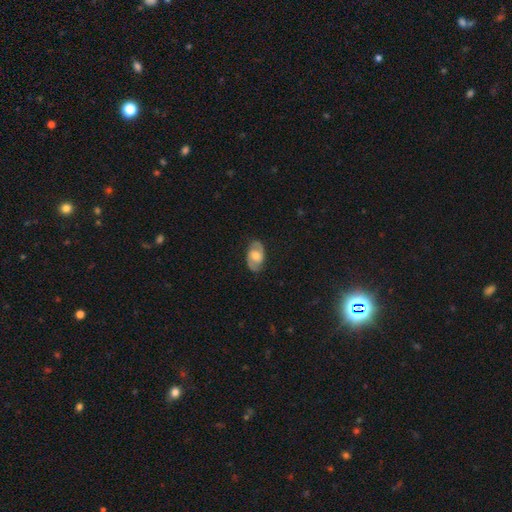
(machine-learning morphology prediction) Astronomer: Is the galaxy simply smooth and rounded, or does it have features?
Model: featured or disk — 60%.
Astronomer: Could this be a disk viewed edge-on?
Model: no — 94%.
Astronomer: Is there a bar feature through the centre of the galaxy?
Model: no — 60%.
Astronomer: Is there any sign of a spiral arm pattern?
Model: yes — 75%.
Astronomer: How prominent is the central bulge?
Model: moderate — 66%.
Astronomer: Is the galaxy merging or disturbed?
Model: none — 82%.